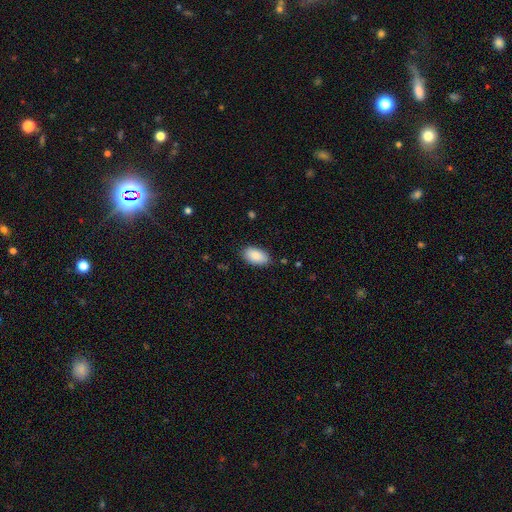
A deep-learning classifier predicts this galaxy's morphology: Q: Smooth or featured?
A: smooth (89%); runner-up: star or artifact (6%)
Q: How rounded?
A: in between (95%); runner-up: round (3%)
Q: Merging?
A: none (85%); runner-up: minor disturbance (12%)